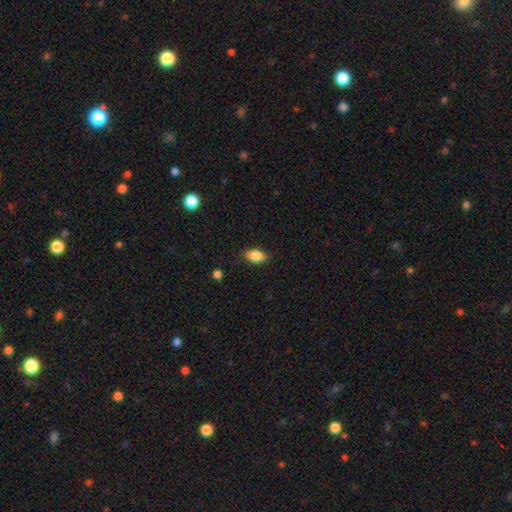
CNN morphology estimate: A smooth galaxy with no disk features (84%) that is in between round and cigar-shaped (88%). Merging: none (83%).